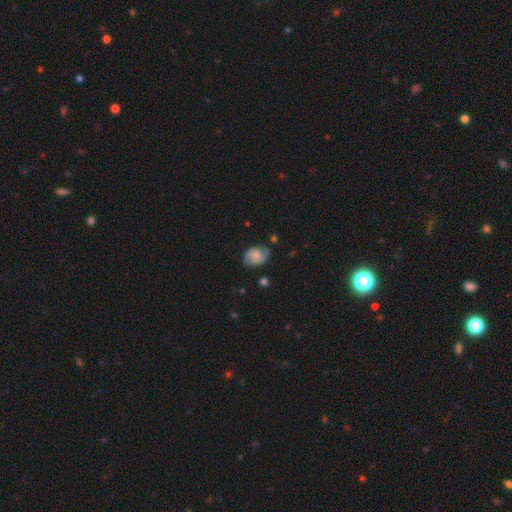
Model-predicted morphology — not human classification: This is likely a featured or disk galaxy (71%). It is clearly not viewed edge-on (98%). Bar: likely no (64%). Spiral arm pattern: clearly yes (95%). Spiral arm count: clearly 2 (89%). Spiral winding: possibly medium (46%). Central bulge: marginally small (35%). Merging: likely none (78%).